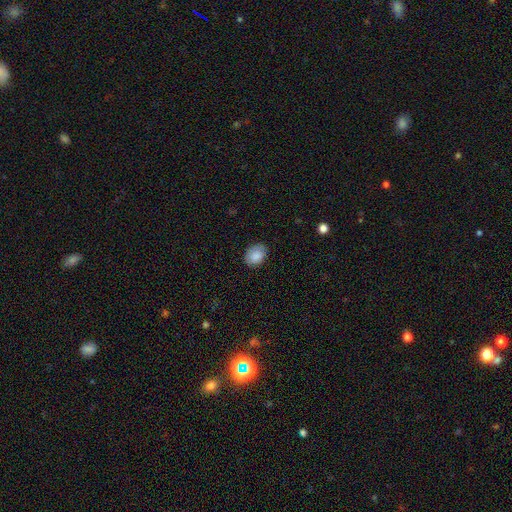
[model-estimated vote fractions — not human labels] Overall: smooth (85%). How rounded: in between (71%). Merging: none (79%).